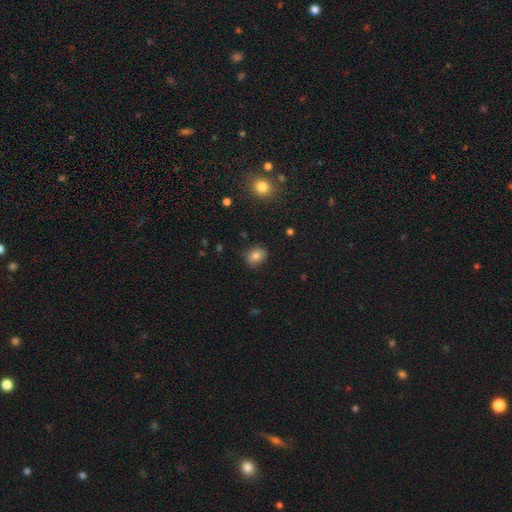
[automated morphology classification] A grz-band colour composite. It shows a smooth galaxy with no disk features (80%) that is round (60%). Merging: none (86%).